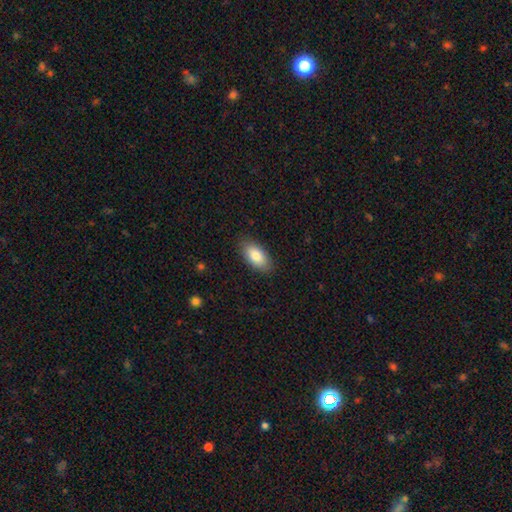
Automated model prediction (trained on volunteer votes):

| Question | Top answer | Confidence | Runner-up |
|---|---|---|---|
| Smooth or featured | smooth | 84% | featured or disk (10%) |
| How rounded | in between | 92% | cigar-shaped (6%) |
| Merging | none | 86% | minor disturbance (11%) |